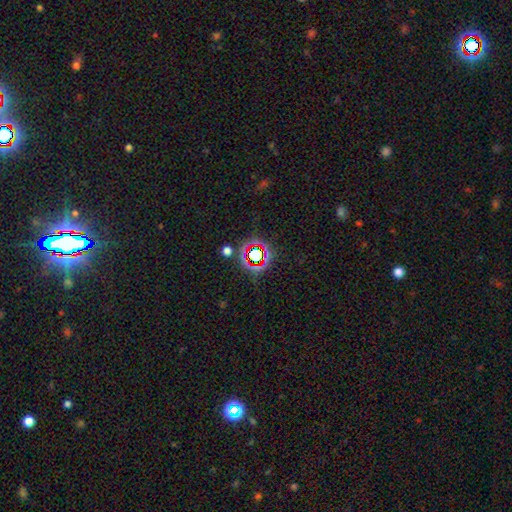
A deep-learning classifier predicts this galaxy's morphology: smooth-or-featured: star or artifact: 68% | smooth: 20% | featured or disk: 11%